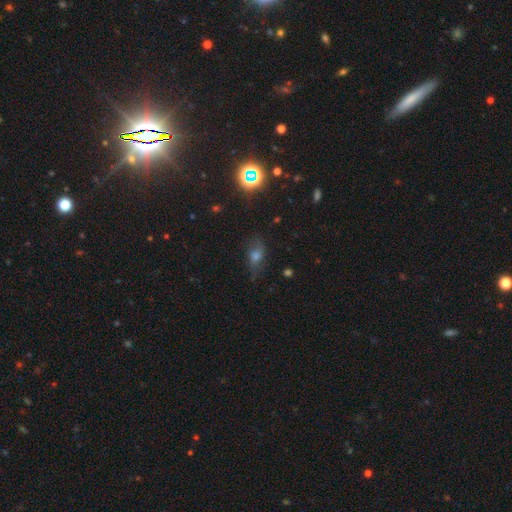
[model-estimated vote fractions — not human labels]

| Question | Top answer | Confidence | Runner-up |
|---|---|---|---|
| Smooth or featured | smooth | 43% | star or artifact (29%) |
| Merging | none | 65% | minor disturbance (23%) |